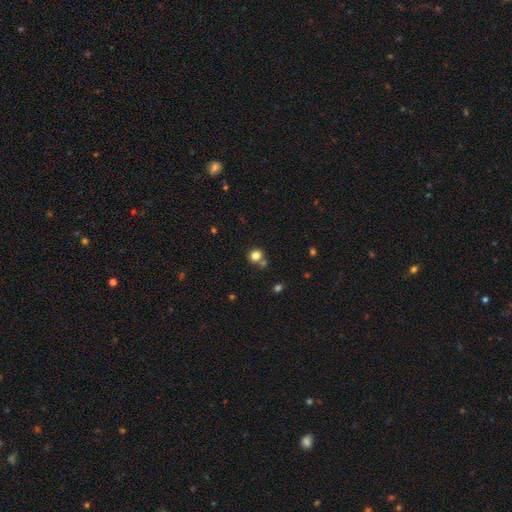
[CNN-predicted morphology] Q: Smooth or featured?
A: smooth (81%); runner-up: star or artifact (12%)
Q: How rounded?
A: round (85%); runner-up: in between (14%)
Q: Merging?
A: none (67%); runner-up: merger (20%)